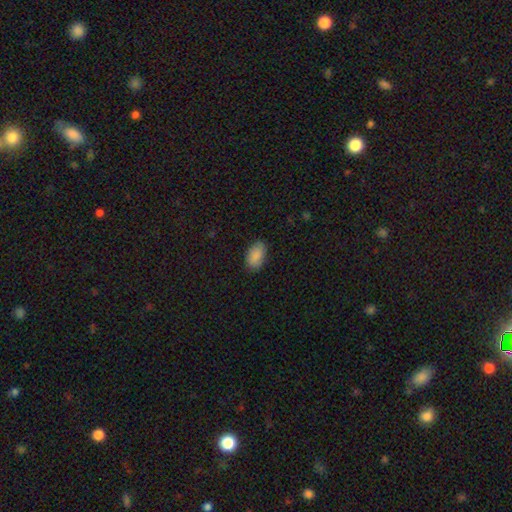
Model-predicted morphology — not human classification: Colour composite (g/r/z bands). It shows a smooth galaxy with no disk features (88%) that is in between round and cigar-shaped (93%). Merging: none (84%).